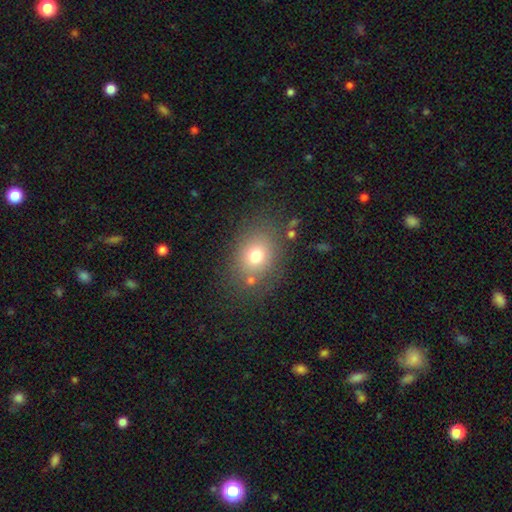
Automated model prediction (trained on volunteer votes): Smooth or featured? Predicted: smooth (p=0.73). How rounded? Predicted: in between (p=0.51). Merging? Predicted: none (p=0.76).